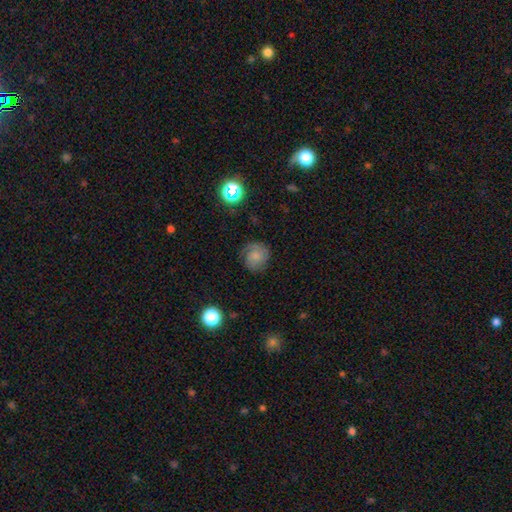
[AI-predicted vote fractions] A featured or disk galaxy (48%).

Vote fractions:
- Smooth or featured? featured or disk: 48% / smooth: 41% / star or artifact: 11%
- Merging? none: 72% / minor disturbance: 18% / major disturbance: 8% / merger: 1%